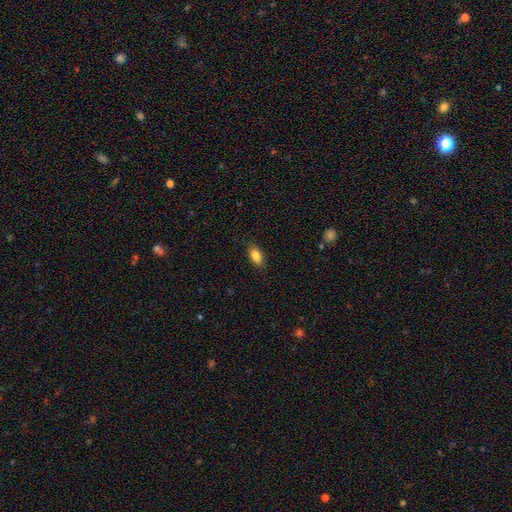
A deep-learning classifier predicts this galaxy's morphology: type=smooth (86%); roundness=in between (88%); merging=none (86%).